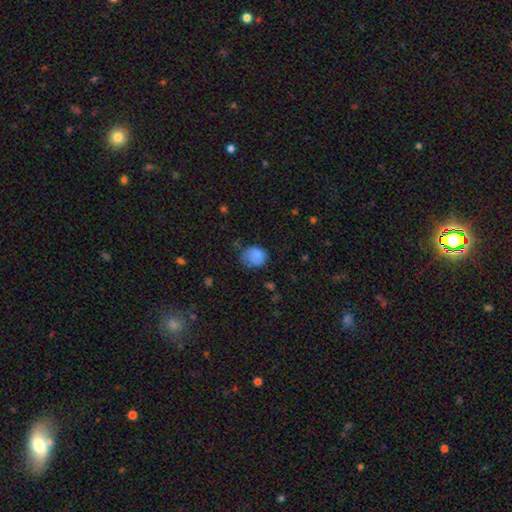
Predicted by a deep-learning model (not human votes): Q: Smooth or featured?
A: smooth (80%); runner-up: featured or disk (10%)
Q: How rounded?
A: round (59%); runner-up: in between (40%)
Q: Merging?
A: none (51%); runner-up: minor disturbance (34%)